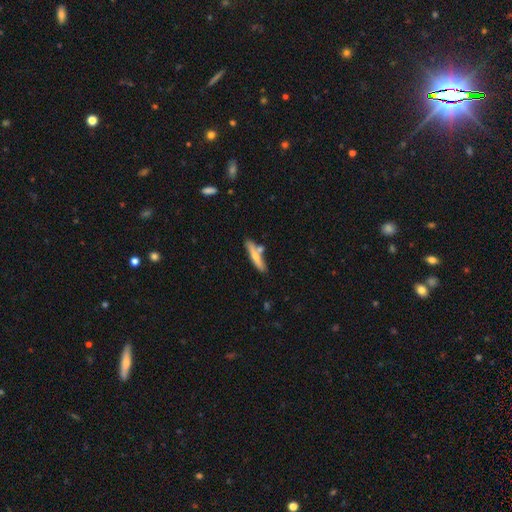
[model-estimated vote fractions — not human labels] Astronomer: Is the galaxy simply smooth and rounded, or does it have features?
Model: smooth — 57% (runner-up: featured or disk, 37%).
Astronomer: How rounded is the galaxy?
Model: cigar-shaped — 84%.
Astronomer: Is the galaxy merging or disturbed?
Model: none — 67%.